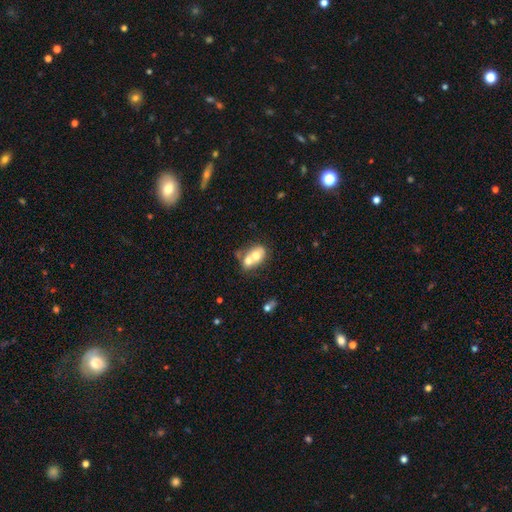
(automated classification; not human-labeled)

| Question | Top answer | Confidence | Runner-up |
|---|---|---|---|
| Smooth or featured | smooth | 61% | featured or disk (31%) |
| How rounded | in between | 61% | round (38%) |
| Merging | merger | 70% | none (19%) |